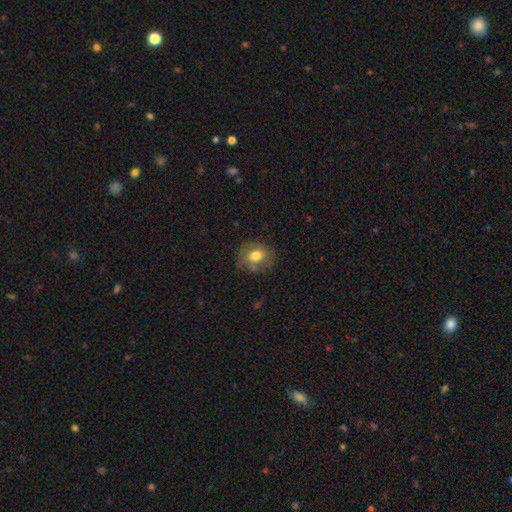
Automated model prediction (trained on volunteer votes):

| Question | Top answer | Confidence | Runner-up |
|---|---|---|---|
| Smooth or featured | smooth | 70% | featured or disk (21%) |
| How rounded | round | 65% | in between (34%) |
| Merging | none | 72% | minor disturbance (19%) |